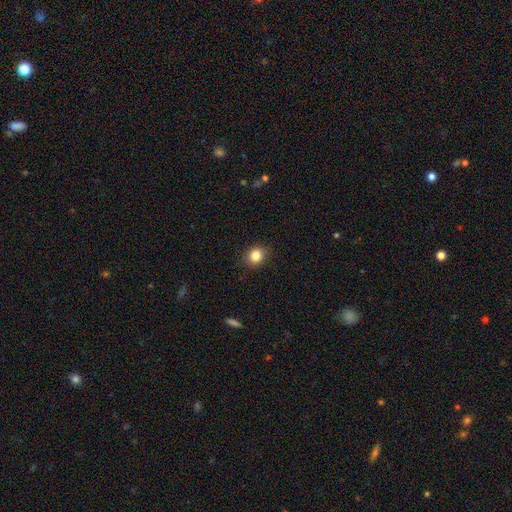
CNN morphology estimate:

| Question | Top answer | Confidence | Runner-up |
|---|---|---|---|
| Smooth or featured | smooth | 85% | star or artifact (10%) |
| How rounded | round | 64% | in between (35%) |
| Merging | none | 88% | minor disturbance (9%) |